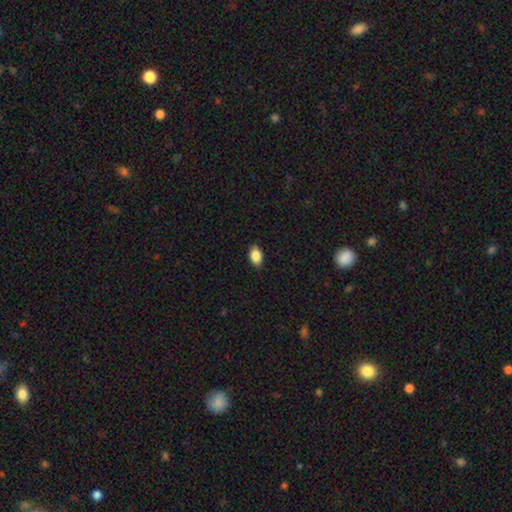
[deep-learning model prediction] Morphology: type=smooth (85%); roundness=in between (90%); merging=none (89%).